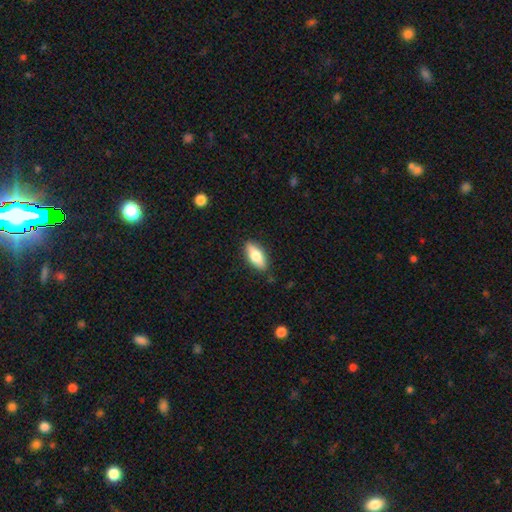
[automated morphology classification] Smooth or featured: smooth — 69% (featured or disk — 24%)
How rounded: in between — 75% (cigar-shaped — 22%)
Merging: none — 86% (minor disturbance — 10%)